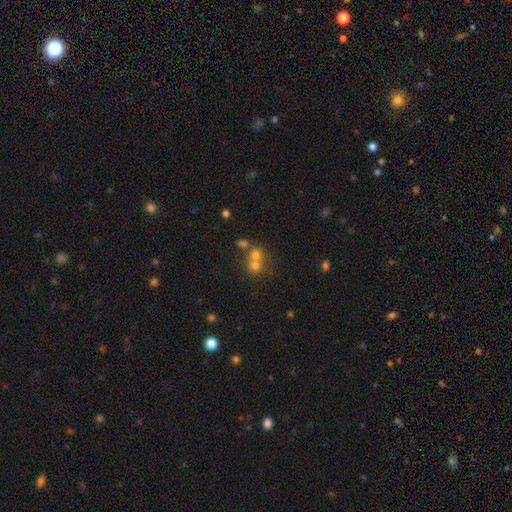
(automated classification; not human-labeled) A smooth galaxy with no disk features (65%) that is round (79%).

Vote fractions:
- Smooth or featured? smooth: 65% / featured or disk: 18% / star or artifact: 17%
- How rounded? round: 79% / in between: 20% / cigar-shaped: 1%
- Merging? merger: 54% / none: 36% / minor disturbance: 6% / major disturbance: 3%